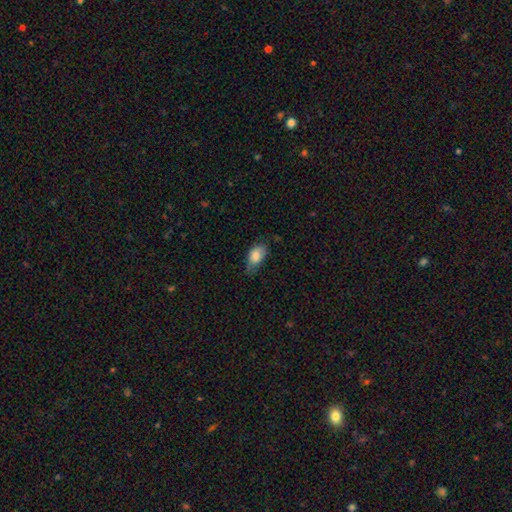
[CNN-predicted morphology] Overall: smooth (84%). How rounded: in between (90%). Merging: none (51%; minor disturbance 36%).